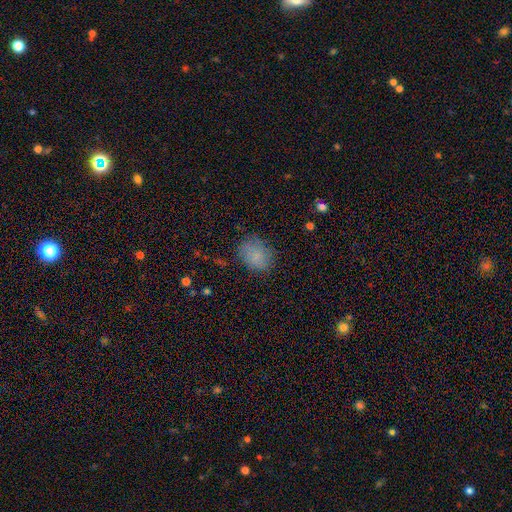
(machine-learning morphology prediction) Smooth or featured: smooth — 81% (star or artifact — 10%)
How rounded: in between — 51% (round — 48%)
Merging: none — 74% (minor disturbance — 18%)